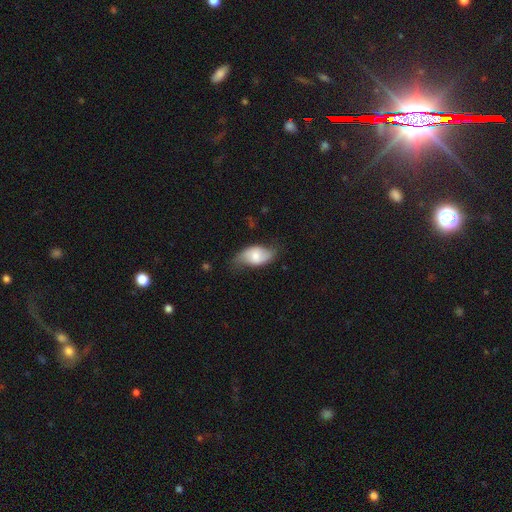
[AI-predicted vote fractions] smooth-or-featured: smooth: 59% | featured or disk: 34% | star or artifact: 7%
  how-rounded: in between: 91% | round: 6% | cigar-shaped: 3%
  merging: none: 57% | minor disturbance: 32% | major disturbance: 10% | merger: 2%